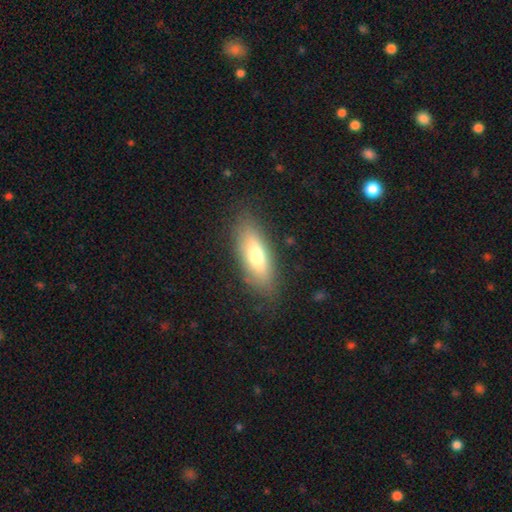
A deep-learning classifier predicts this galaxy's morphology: Smooth or featured? smooth (69%)
How rounded? in between (66%)
Merging? none (82%)